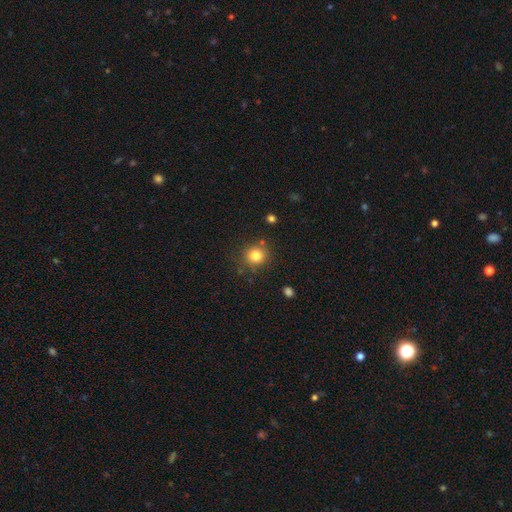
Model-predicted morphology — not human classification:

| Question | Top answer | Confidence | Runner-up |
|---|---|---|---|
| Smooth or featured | smooth | 81% | star or artifact (12%) |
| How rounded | round | 87% | in between (12%) |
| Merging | none | 80% | minor disturbance (11%) |